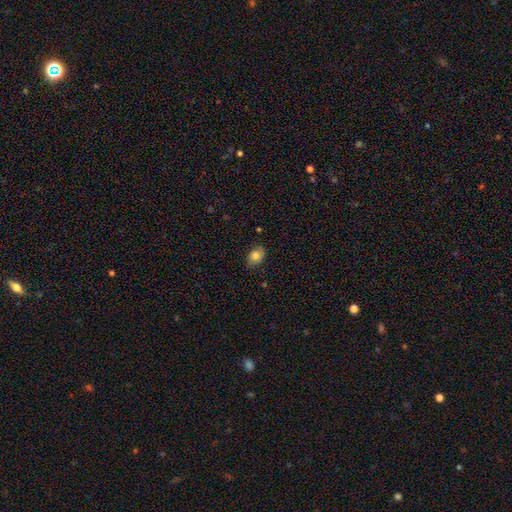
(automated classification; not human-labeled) Overall: smooth (82%). How rounded: in between (77%). Merging: none (80%).